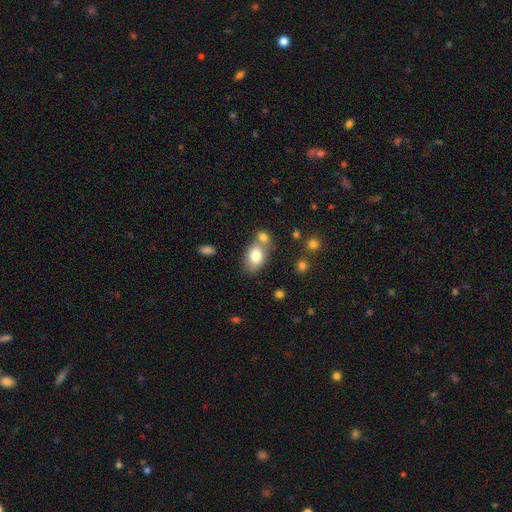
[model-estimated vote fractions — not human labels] smooth_or_featured: smooth (p=0.79) [alt: featured or disk p=0.13]
how_rounded: in between (p=0.81) [alt: round p=0.18]
merging: none (p=0.48) [alt: merger p=0.36]